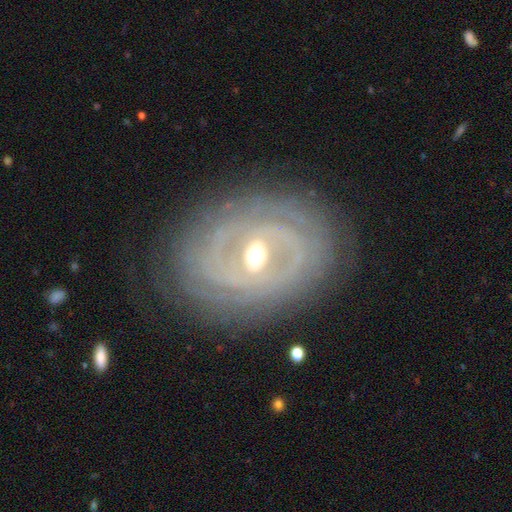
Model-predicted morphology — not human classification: featured or disk 87%, smooth 8%, star or artifact 5%. Down the decision tree: edge-on disk — no (96%); bar — weak (41%); spiral arms — yes (88%); spiral arm count — can't tell (36%); spiral winding — tight (78%); bulge size — moderate (62%); merging — none (82%).